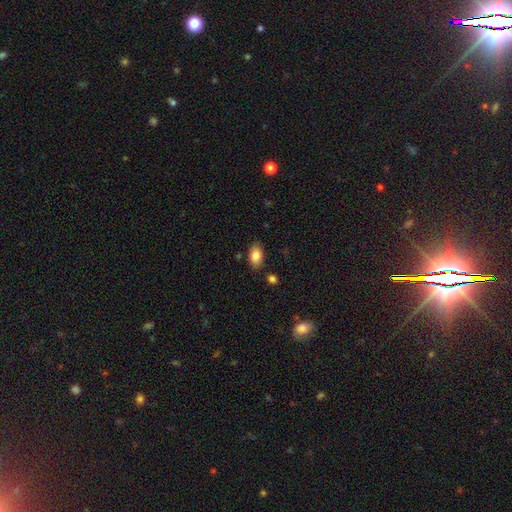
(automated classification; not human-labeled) Overall: smooth (84%). How rounded: in between (91%). Merging: none (83%).